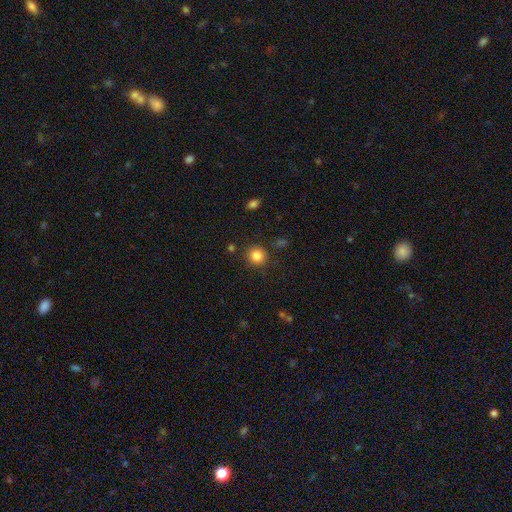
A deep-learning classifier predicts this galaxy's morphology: This is clearly a smooth galaxy (84%). How rounded: clearly round (91%). Merging: clearly none (87%).